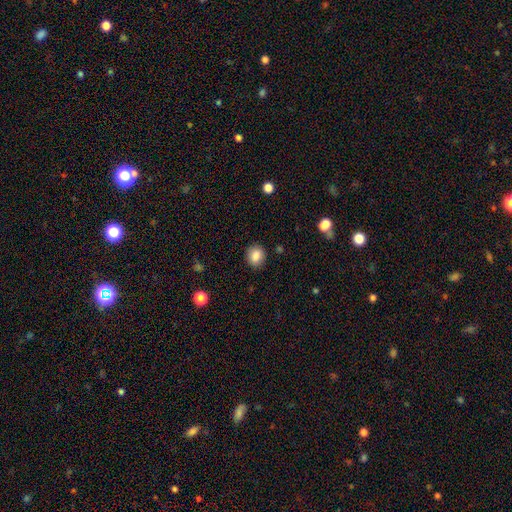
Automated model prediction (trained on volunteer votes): Smooth or featured: smooth — 85% (star or artifact — 9%)
How rounded: round — 72% (in between — 27%)
Merging: none — 89% (minor disturbance — 8%)